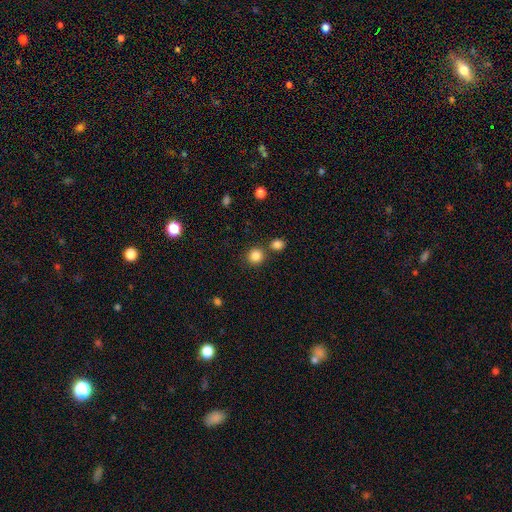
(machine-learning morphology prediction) smooth 84%, star or artifact 11%, featured or disk 4%. Down the decision tree: how rounded — round (89%); merging — none (75%).